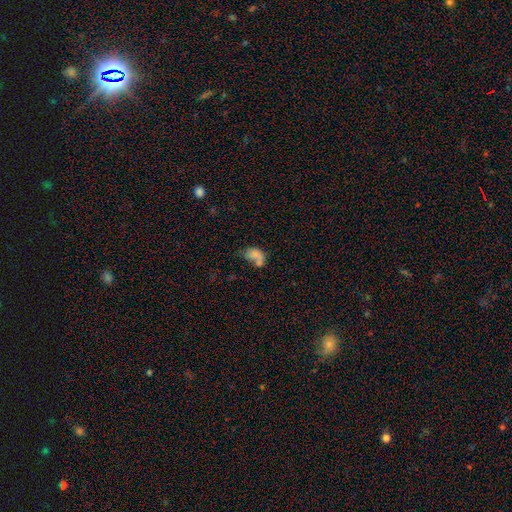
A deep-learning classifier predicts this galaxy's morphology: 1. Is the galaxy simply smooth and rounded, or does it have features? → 67% smooth, 20% featured or disk, 12% star or artifact.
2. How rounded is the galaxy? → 84% in between, 15% round, 2% cigar-shaped.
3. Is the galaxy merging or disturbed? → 39% merger, 24% none, 20% major disturbance, 17% minor disturbance.